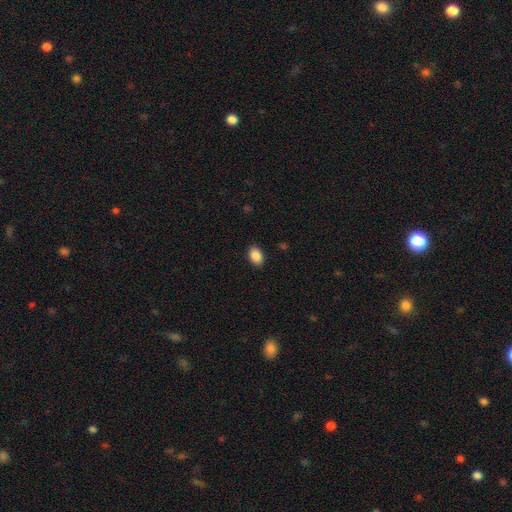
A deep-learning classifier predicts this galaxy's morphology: smooth_or_featured: smooth (p=0.89) [alt: star or artifact p=0.08]
how_rounded: in between (p=0.85) [alt: round p=0.14]
merging: none (p=0.89) [alt: minor disturbance p=0.08]